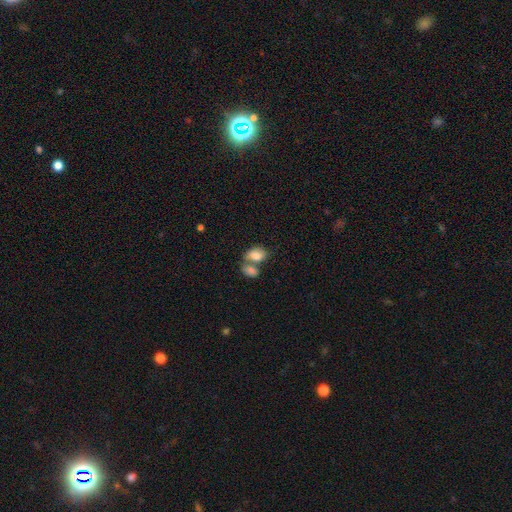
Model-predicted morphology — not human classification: Overall: smooth (81%). How rounded: in between (81%). Merging: merger (59%; none 27%).